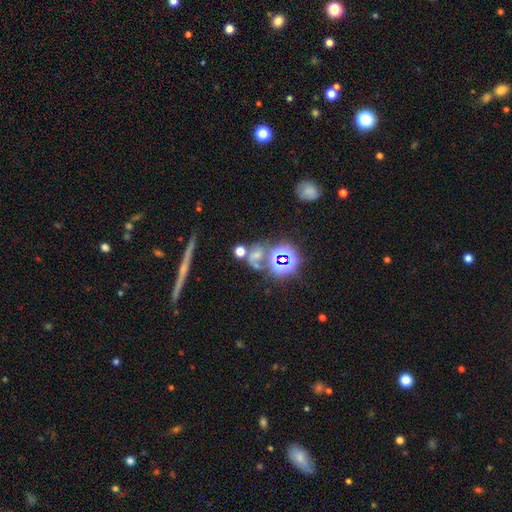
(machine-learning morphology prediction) This is marginally a star or artifact rather than a galaxy (39%).